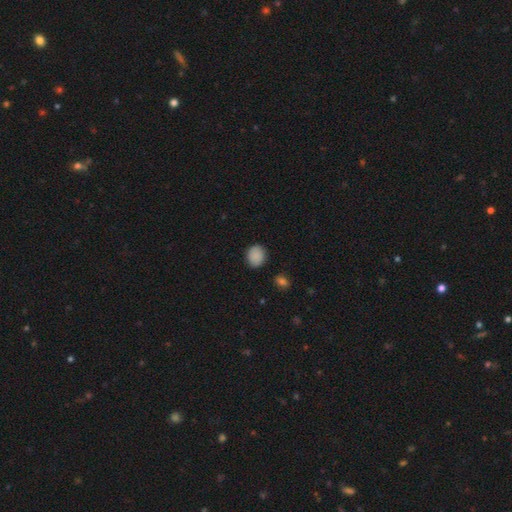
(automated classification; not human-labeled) A smooth galaxy with no disk features (88%) that is round (61%). Merging: none (87%).